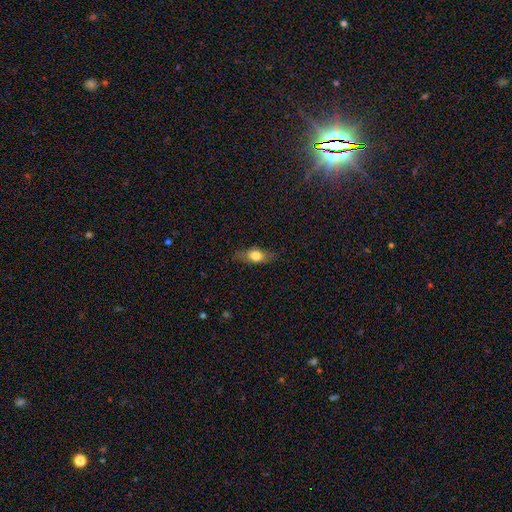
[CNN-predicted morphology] The model was most divided on "smooth or featured": smooth: 64%, featured or disk: 28%, star or artifact: 8%. More confident: merging — none (77%); how rounded — in between (69%).